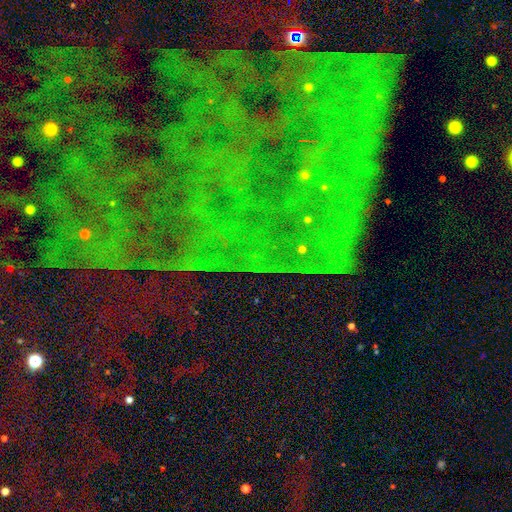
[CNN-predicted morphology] smooth_or_featured: star or artifact (p=0.81) [alt: featured or disk p=0.10]